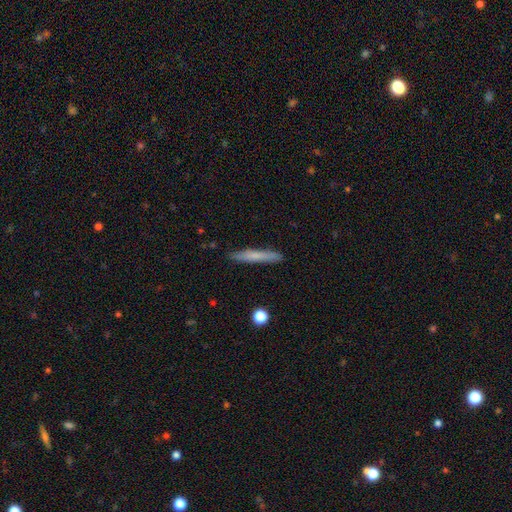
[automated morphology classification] smooth-or-featured: smooth: 66% | featured or disk: 27% | star or artifact: 7%
  how-rounded: cigar-shaped: 95% | in between: 4% | round: 1%
  merging: none: 88% | minor disturbance: 9% | major disturbance: 2% | merger: 1%